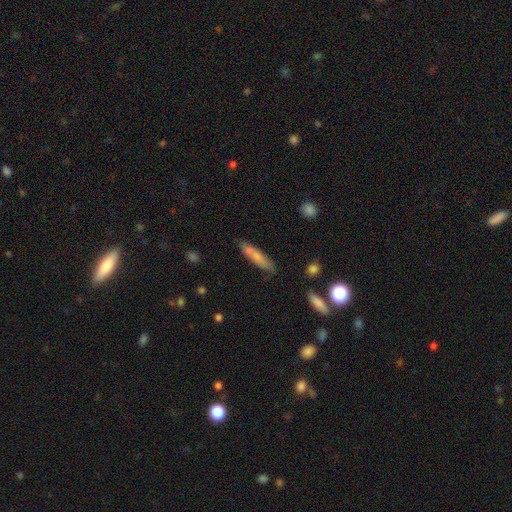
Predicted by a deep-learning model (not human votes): Morphology: type=smooth (69%); roundness=cigar-shaped (77%); merging=none (72%).